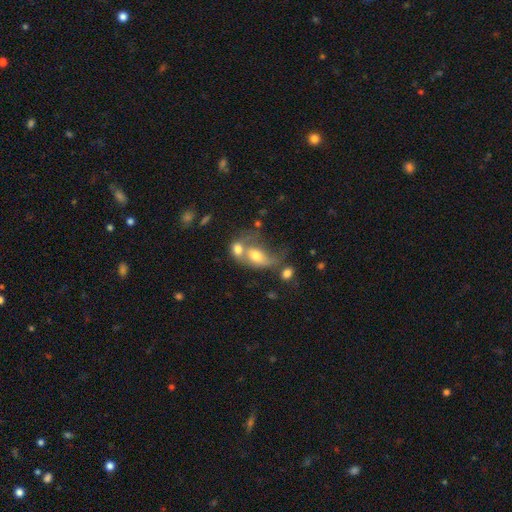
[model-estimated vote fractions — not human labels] smooth_or_featured: smooth (p=0.58) [alt: featured or disk p=0.30]
how_rounded: in between (p=0.71) [alt: round p=0.25]
merging: merger (p=0.66) [alt: none p=0.14]